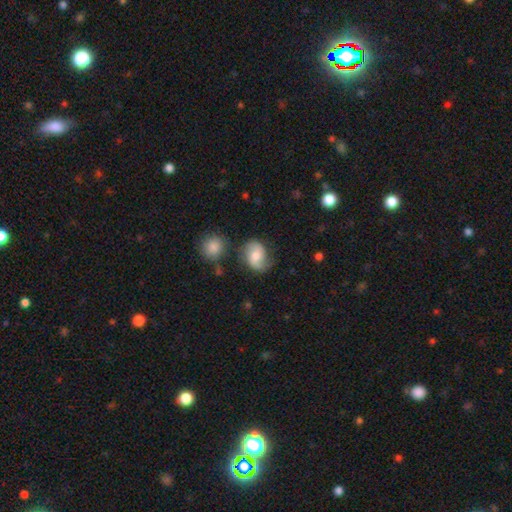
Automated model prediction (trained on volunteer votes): Smooth or featured? Predicted: featured or disk (p=0.59). Edge-on disk? Predicted: no (p=0.97). Bar? Predicted: no (p=0.56). Spiral arms? Predicted: yes (p=0.91). Spiral winding? Predicted: loose (p=0.45). Spiral arm count? Predicted: 2 (p=0.88). Bulge size? Predicted: moderate (p=0.63). Merging? Predicted: none (p=0.69).